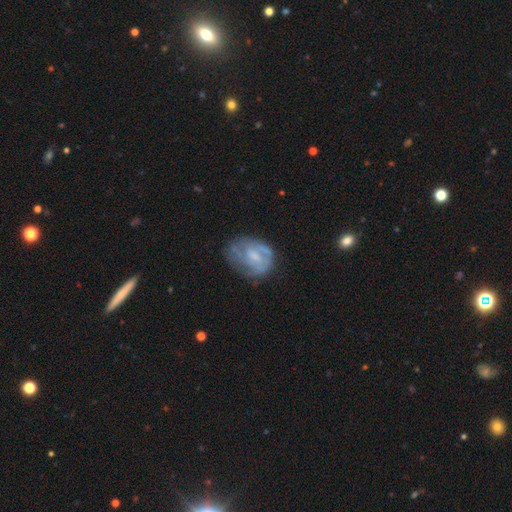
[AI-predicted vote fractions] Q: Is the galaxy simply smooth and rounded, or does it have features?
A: featured or disk — 63%.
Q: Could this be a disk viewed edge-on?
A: no — 97%.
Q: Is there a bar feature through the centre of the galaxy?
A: weak — 47%.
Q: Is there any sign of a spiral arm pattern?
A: yes — 71%.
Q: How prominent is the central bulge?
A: small — 37%.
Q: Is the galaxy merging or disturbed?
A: none — 56%.